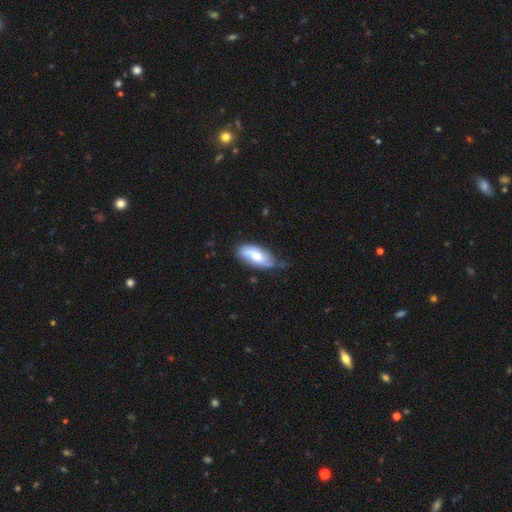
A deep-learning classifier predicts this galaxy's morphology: The model was most divided on "smooth or featured": smooth: 48%, featured or disk: 46%, star or artifact: 6%. More confident: merging — none (61%).